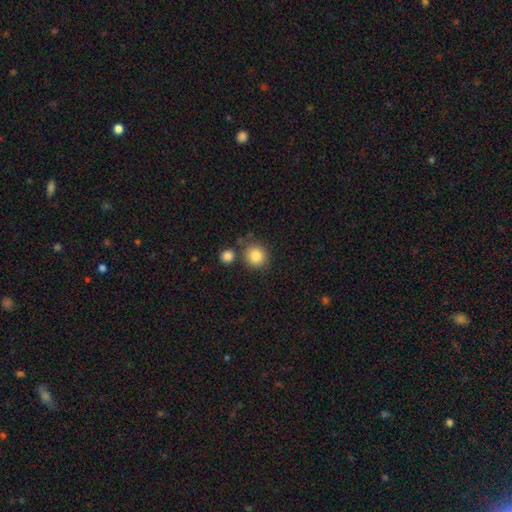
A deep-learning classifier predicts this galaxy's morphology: Smooth or featured?
  - smooth: 85% *
  - star or artifact: 9%
  - featured or disk: 6%
How rounded?
  - round: 83% *
  - in between: 16%
  - cigar-shaped: 1%
Merging?
  - none: 74% *
  - minor disturbance: 11%
  - merger: 11%
  - major disturbance: 4%